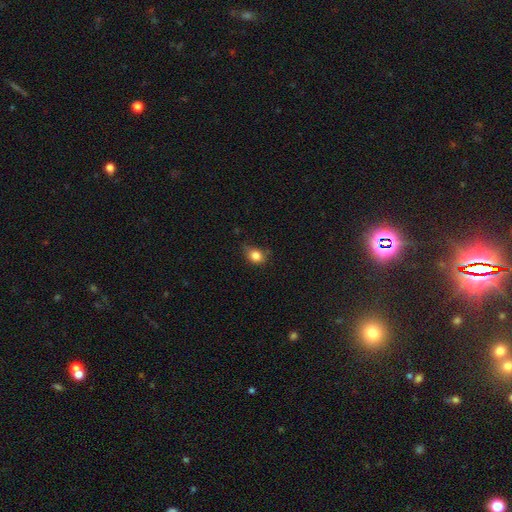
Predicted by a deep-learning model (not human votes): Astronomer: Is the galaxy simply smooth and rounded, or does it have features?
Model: smooth — 83%.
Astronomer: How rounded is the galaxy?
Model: round — 54% (runner-up: in between, 45%).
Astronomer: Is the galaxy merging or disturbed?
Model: none — 55% (runner-up: minor disturbance, 34%).